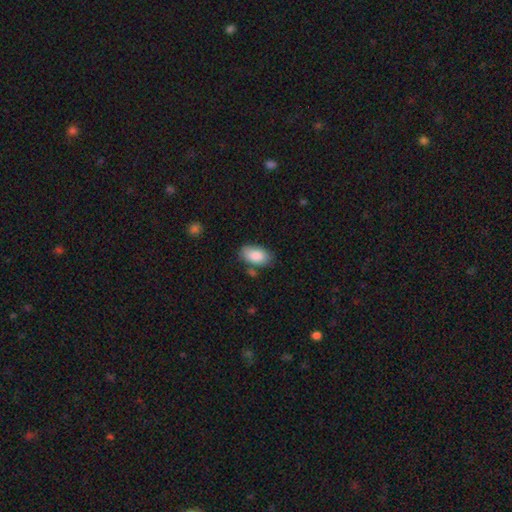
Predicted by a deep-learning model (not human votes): A smooth galaxy with no disk features (87%) that is in between round and cigar-shaped (94%). Merging: none (72%).